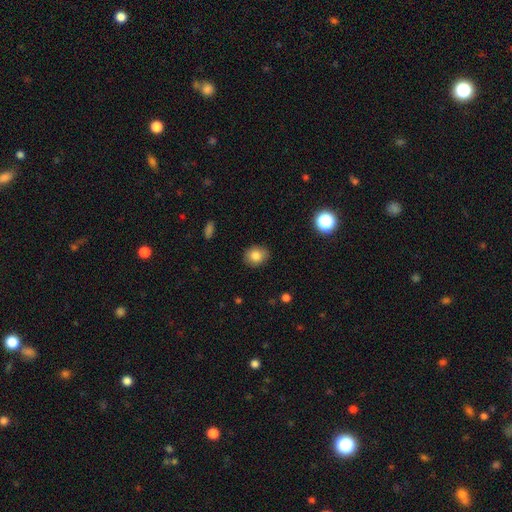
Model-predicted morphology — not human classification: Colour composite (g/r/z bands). It shows a smooth galaxy with no disk features (83%) that is round (57%). Merging: none (87%).